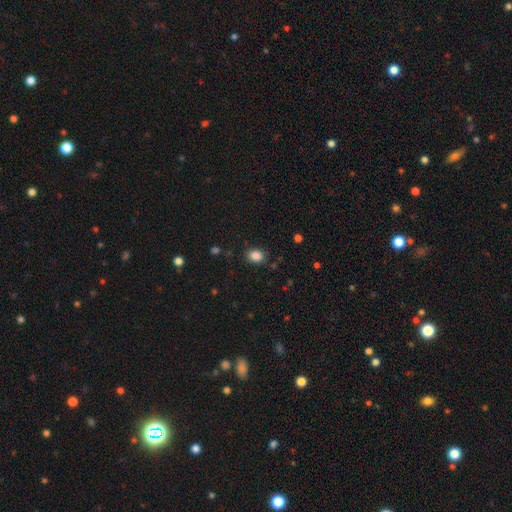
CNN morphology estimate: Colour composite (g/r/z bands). It shows a smooth galaxy with no disk features (86%) that is in between round and cigar-shaped (54%). Merging: none (86%).